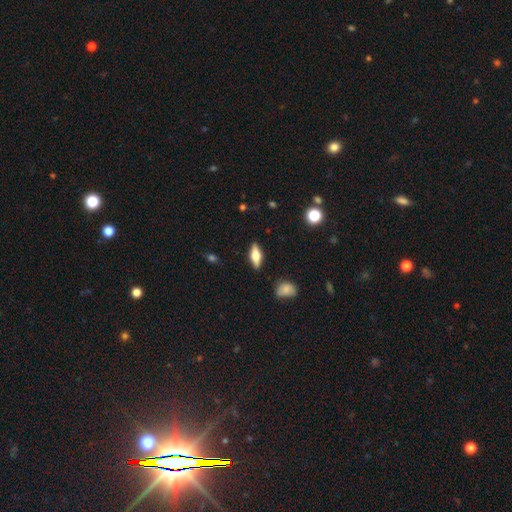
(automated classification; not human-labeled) smooth 53%, featured or disk 40%, star or artifact 7%. Down the decision tree: how rounded — in between (65%); merging — none (87%).